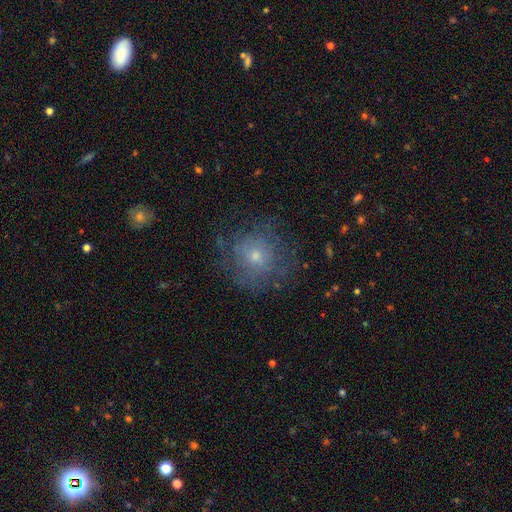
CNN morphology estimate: Q: Smooth or featured?
A: smooth (52%); runner-up: featured or disk (34%)
Q: How rounded?
A: round (88%); runner-up: in between (11%)
Q: Merging?
A: none (67%); runner-up: minor disturbance (17%)